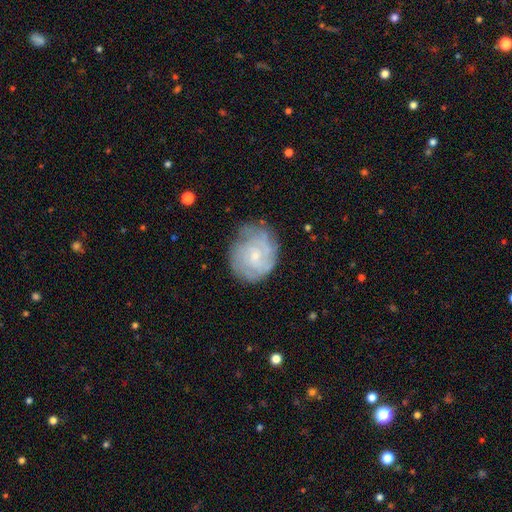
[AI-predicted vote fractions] Morphology: type=featured or disk (69%); edge-on=no (98%); bar=no (66%); spiral arms=yes (87%); winding=tight (62%); arm count=can't tell (45%); bulge=small (71%); merging=none (67%).